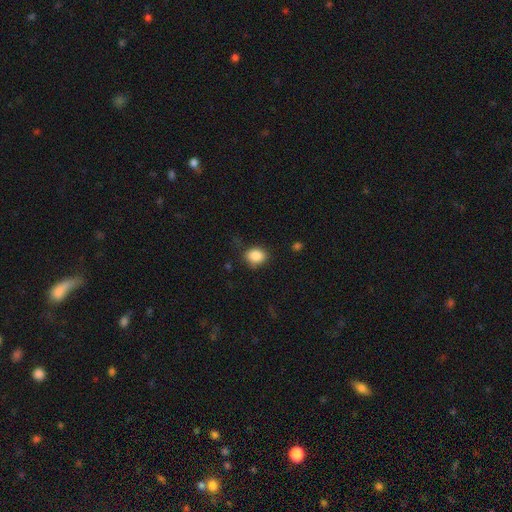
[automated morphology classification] A smooth galaxy with no disk features (86%) that is in between round and cigar-shaped (51%). Merging: none (73%).